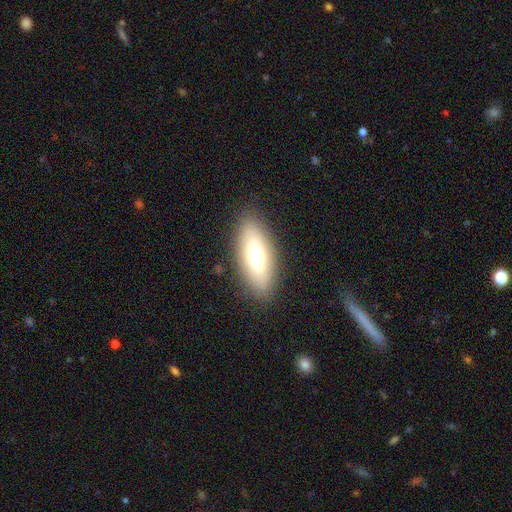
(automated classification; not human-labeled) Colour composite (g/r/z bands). It shows a smooth galaxy with no disk features (64%) that is in between round and cigar-shaped (72%). Merging: none (86%).